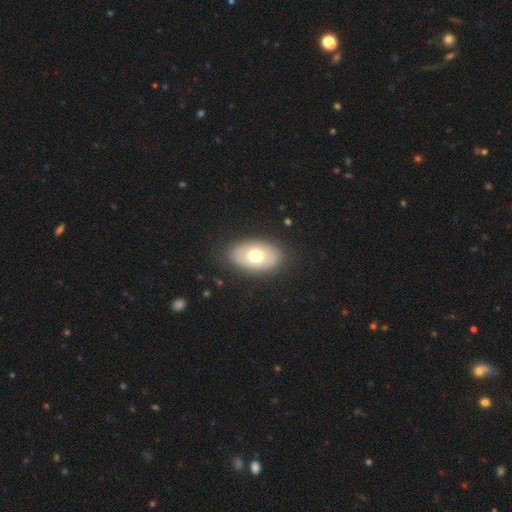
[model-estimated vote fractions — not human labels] Smooth or featured?
  - smooth: 64% *
  - featured or disk: 29%
  - star or artifact: 7%
How rounded?
  - in between: 90% *
  - round: 9%
  - cigar-shaped: 1%
Merging?
  - none: 84% *
  - minor disturbance: 11%
  - major disturbance: 4%
  - merger: 1%